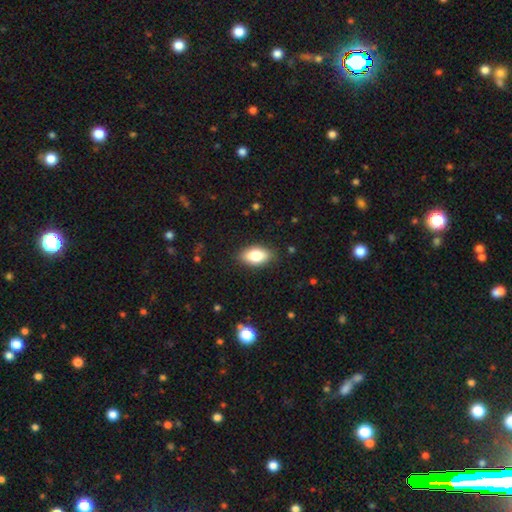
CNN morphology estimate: Smooth or featured: smooth — 80% (featured or disk — 12%)
How rounded: in between — 90% (round — 6%)
Merging: none — 86% (minor disturbance — 11%)